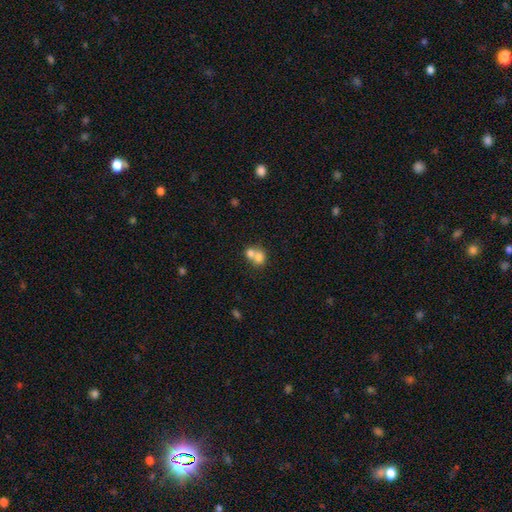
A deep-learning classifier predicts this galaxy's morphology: type=smooth (73%); roundness=round (62%); merging=merger (67%).